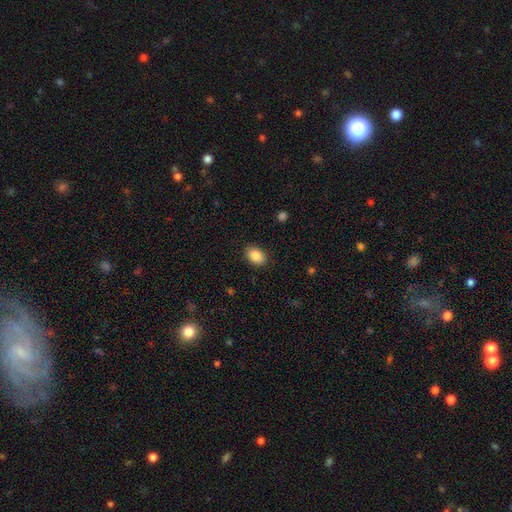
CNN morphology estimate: This is clearly a smooth galaxy (87%). How rounded: clearly in between (85%). Merging: clearly none (88%).